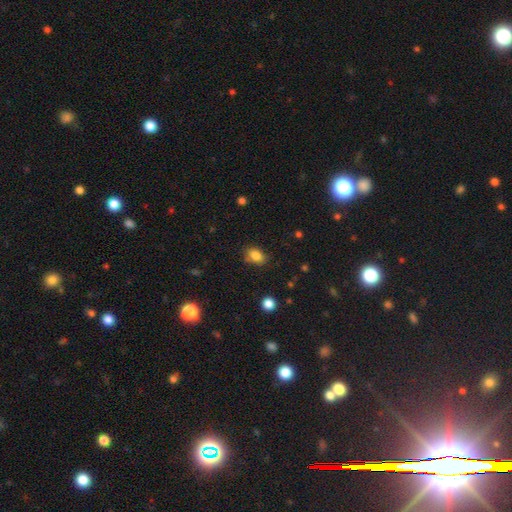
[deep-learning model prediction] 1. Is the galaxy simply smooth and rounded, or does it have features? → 83% smooth, 10% star or artifact, 7% featured or disk.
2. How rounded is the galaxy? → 75% in between, 24% round, 2% cigar-shaped.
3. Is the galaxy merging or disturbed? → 76% none, 17% minor disturbance, 4% major disturbance, 3% merger.